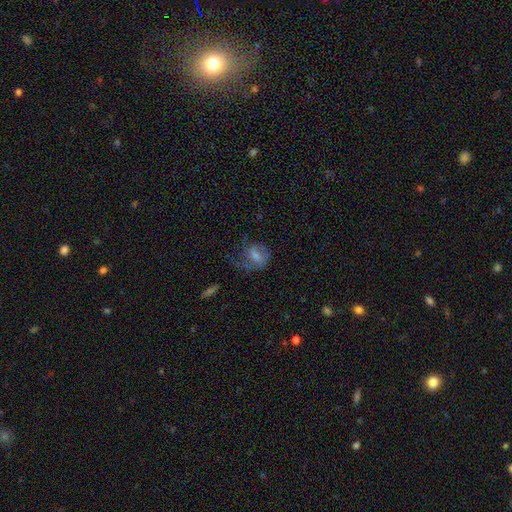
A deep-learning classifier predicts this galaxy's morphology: smooth-or-featured: smooth: 56% | featured or disk: 34% | star or artifact: 10%
  how-rounded: in between: 56% | round: 42% | cigar-shaped: 2%
  merging: none: 39% | major disturbance: 34% | minor disturbance: 25% | merger: 2%